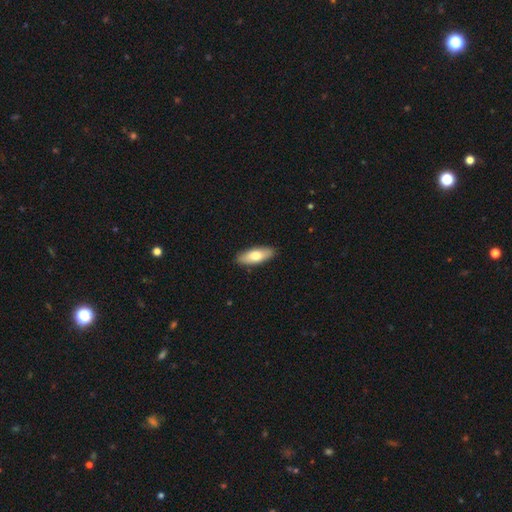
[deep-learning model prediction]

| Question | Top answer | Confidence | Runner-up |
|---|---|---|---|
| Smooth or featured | smooth | 71% | featured or disk (24%) |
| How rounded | in between | 73% | cigar-shaped (25%) |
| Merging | none | 90% | minor disturbance (8%) |